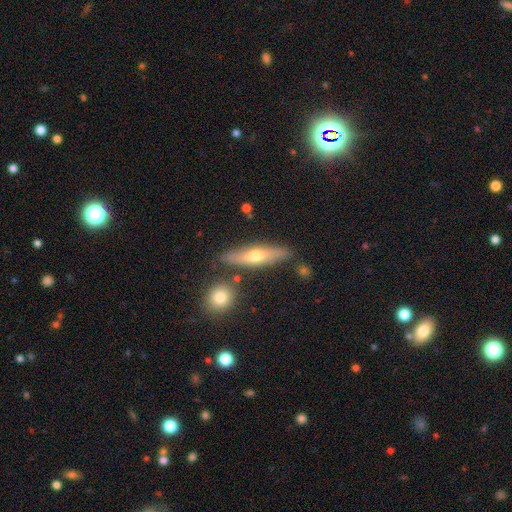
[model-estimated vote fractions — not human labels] A featured or disk galaxy (48%). Merging: none (78%).